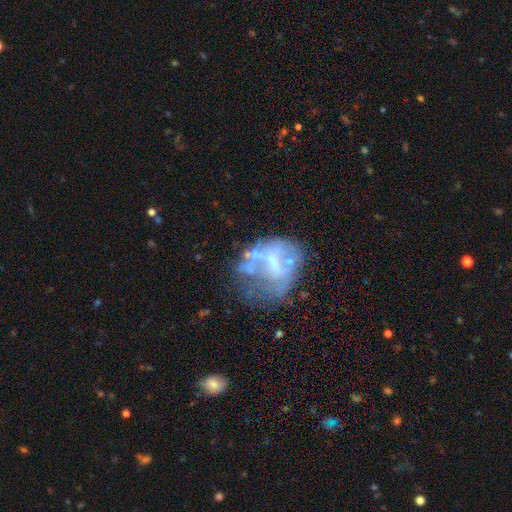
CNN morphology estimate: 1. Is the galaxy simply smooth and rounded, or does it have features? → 60% featured or disk, 26% smooth, 14% star or artifact.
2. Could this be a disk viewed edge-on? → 97% no, 3% yes.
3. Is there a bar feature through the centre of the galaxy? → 64% no, 23% weak, 13% strong.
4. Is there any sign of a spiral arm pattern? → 86% no, 14% yes.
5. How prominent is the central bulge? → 53% none, 22% moderate, 20% small, 4% large, 1% dominant.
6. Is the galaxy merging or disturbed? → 37% none, 31% major disturbance, 19% minor disturbance, 13% merger.